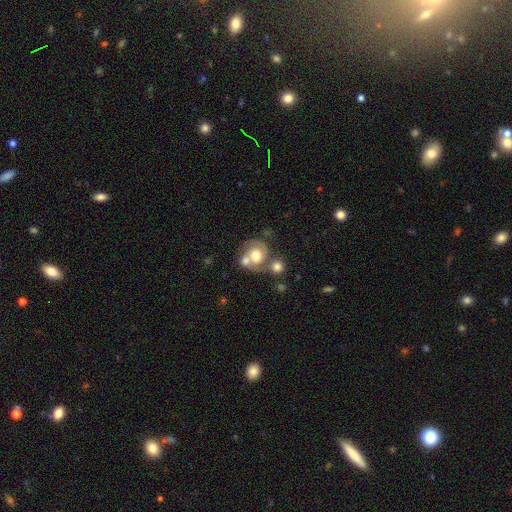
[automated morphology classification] The model was most divided on "merging": merger: 44%, none: 34%, minor disturbance: 13%, major disturbance: 10%. More confident: edge-on disk — no (97%); spiral arms — yes (76%); bar — no (76%); smooth or featured — featured or disk (60%); bulge size — moderate (52%).